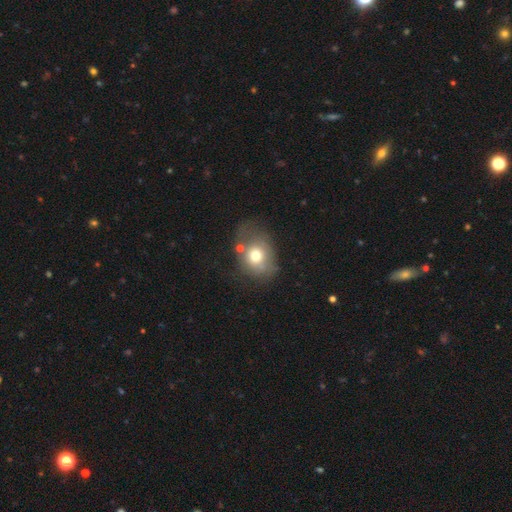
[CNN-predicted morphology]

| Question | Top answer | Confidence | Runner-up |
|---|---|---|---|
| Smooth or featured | smooth | 68% | featured or disk (22%) |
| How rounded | in between | 53% | round (46%) |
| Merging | none | 40% | minor disturbance (29%) |